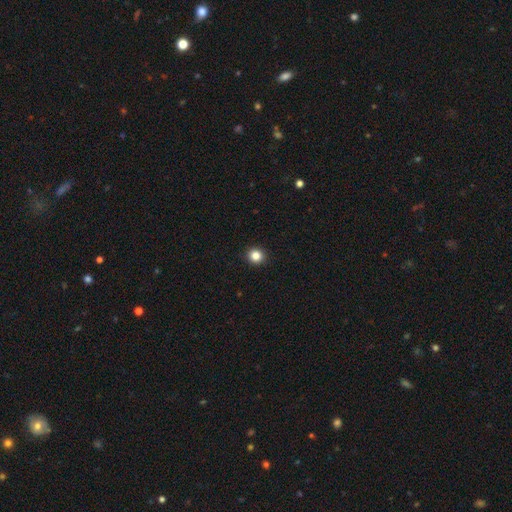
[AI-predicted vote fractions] The model was most divided on "smooth or featured": smooth: 84%, star or artifact: 12%, featured or disk: 4%. More confident: merging — none (93%); how rounded — round (92%).